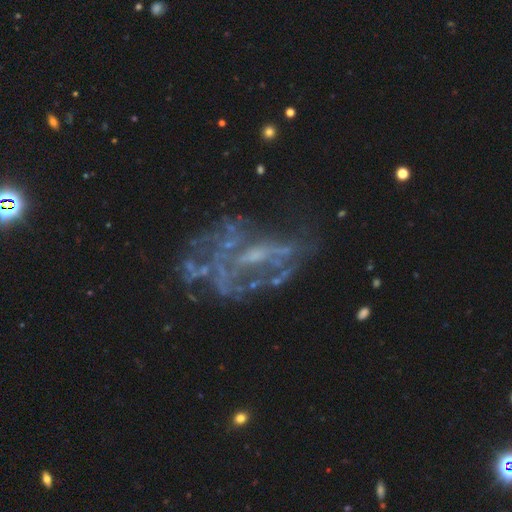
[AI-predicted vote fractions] featured or disk 73%, star or artifact 16%, smooth 10%. Down the decision tree: edge-on disk — no (97%); bar — no (62%); spiral arms — no (61%); bulge size — none (48%); merging — none (41%).